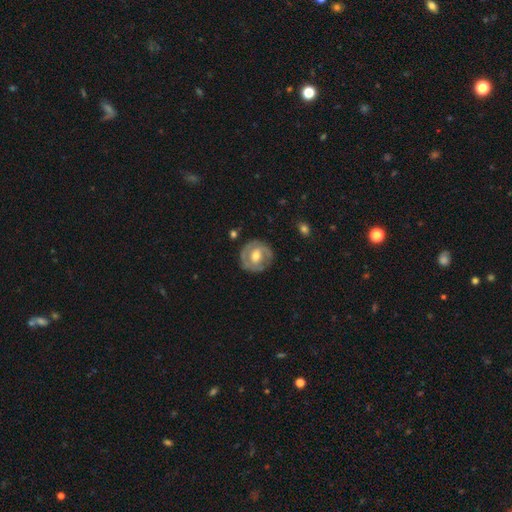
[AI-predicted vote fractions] Morphology: type=featured or disk (67%); edge-on=no (97%); bar=no (49%); spiral arms=yes (63%); bulge=moderate (73%); merging=none (80%).